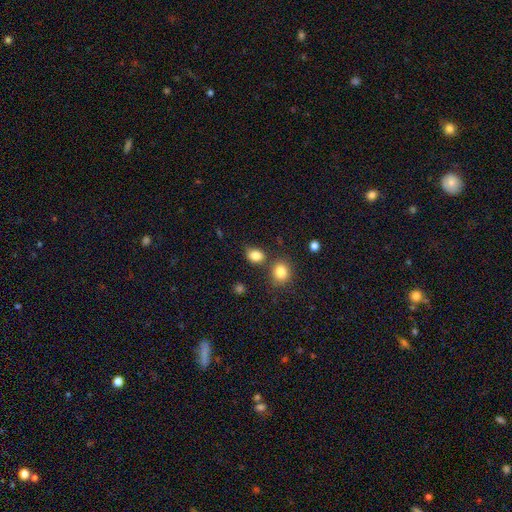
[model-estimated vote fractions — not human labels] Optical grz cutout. It shows a smooth galaxy with no disk features (84%) that is in between round and cigar-shaped (57%). Merging: none (67%).